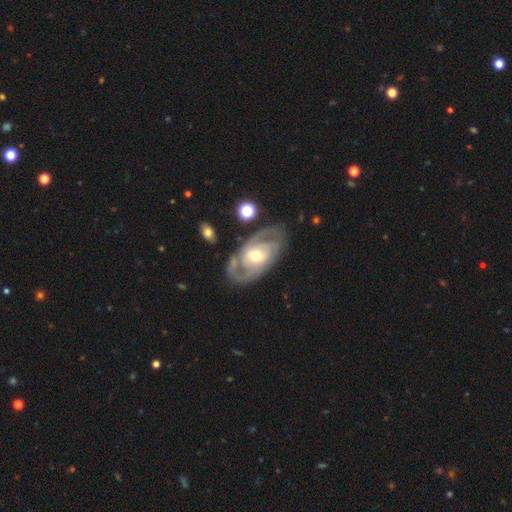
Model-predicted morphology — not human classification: A featured or disk galaxy (86%) with no bar (53%), 2 (67%) tight (50%) spiral arms (93%) and a moderate central bulge (66%). Merging: none (75%).